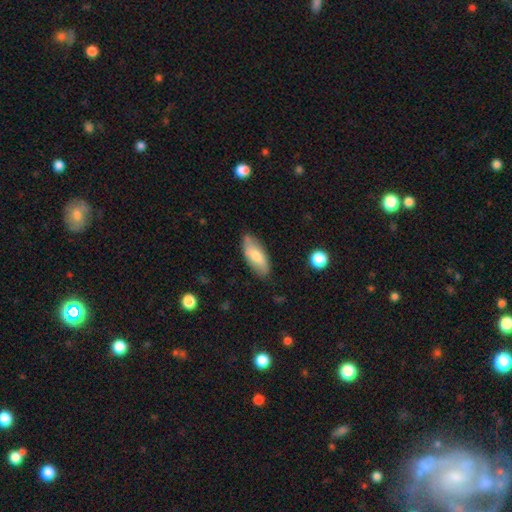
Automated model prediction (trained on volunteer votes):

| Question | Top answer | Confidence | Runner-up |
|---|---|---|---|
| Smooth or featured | smooth | 70% | featured or disk (24%) |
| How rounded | in between | 82% | cigar-shaped (16%) |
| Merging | none | 73% | minor disturbance (21%) |